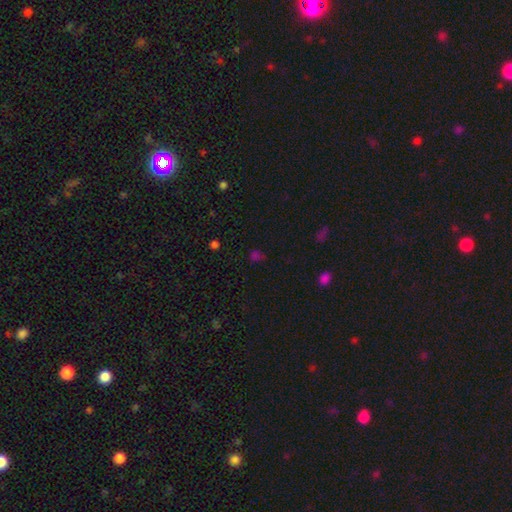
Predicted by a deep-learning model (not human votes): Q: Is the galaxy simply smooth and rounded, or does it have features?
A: smooth — 50%.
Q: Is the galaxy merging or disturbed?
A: none — 69%.